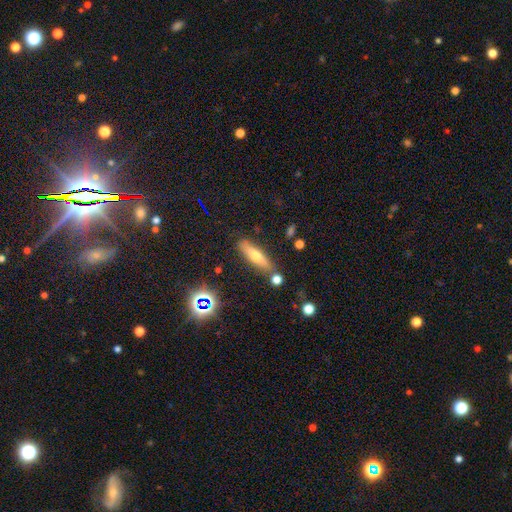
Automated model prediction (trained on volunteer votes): A smooth galaxy with no disk features (52%) that is cigar-shaped (72%).

Vote fractions:
- Smooth or featured? smooth: 52% / featured or disk: 36% / star or artifact: 12%
- How rounded? cigar-shaped: 72% / in between: 25% / round: 3%
- Merging? none: 80% / minor disturbance: 12% / merger: 6% / major disturbance: 3%